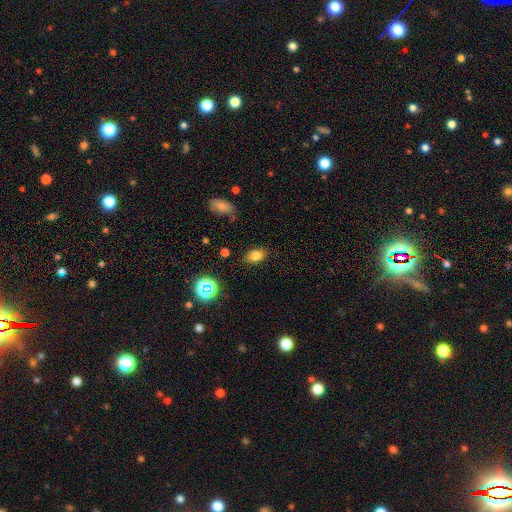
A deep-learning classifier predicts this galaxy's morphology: A smooth galaxy with no disk features (79%) that is in between round and cigar-shaped (85%). Merging: none (85%).